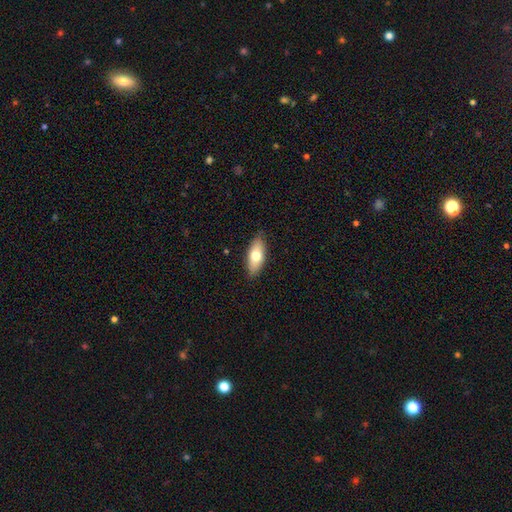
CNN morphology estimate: Smooth or featured: smooth — 68% (featured or disk — 25%)
How rounded: in between — 81% (cigar-shaped — 16%)
Merging: none — 86% (minor disturbance — 11%)